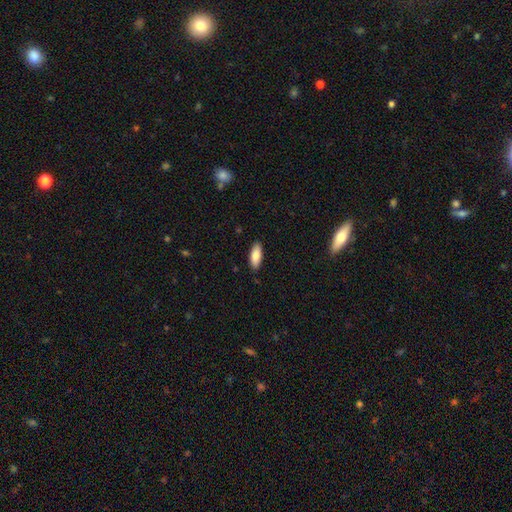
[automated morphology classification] A smooth galaxy with no disk features (85%) that is in between round and cigar-shaped (76%).

Vote fractions:
- Smooth or featured? smooth: 85% / featured or disk: 9% / star or artifact: 6%
- How rounded? in between: 76% / cigar-shaped: 22% / round: 2%
- Merging? none: 88% / minor disturbance: 9% / major disturbance: 2% / merger: 1%